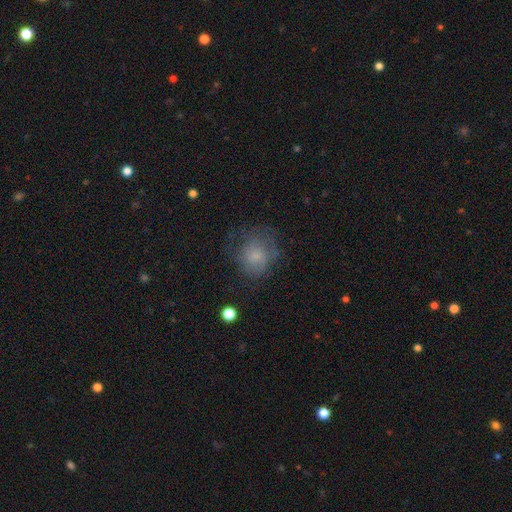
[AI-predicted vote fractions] Smooth or featured: smooth — 68% (featured or disk — 21%)
How rounded: round — 76% (in between — 23%)
Merging: none — 56% (minor disturbance — 24%)